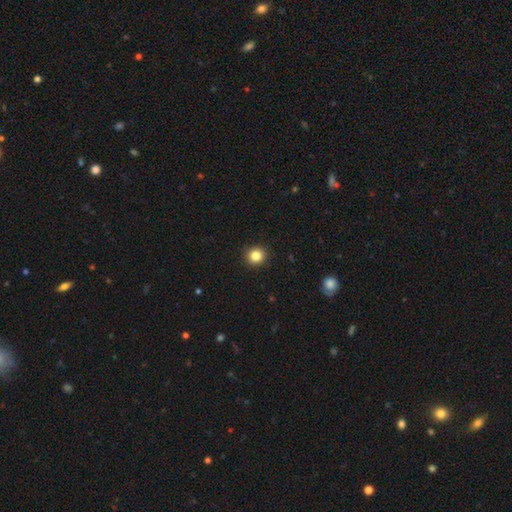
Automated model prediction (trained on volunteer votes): smooth 83%, star or artifact 11%, featured or disk 5%. Down the decision tree: how rounded — round (92%); merging — none (93%).